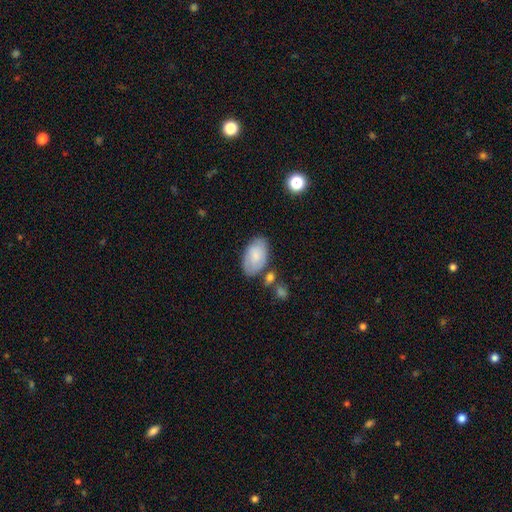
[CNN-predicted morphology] The model was most divided on "merging": none: 69%, minor disturbance: 18%, merger: 8%, major disturbance: 5%. More confident: how rounded — in between (94%); smooth or featured — smooth (75%).